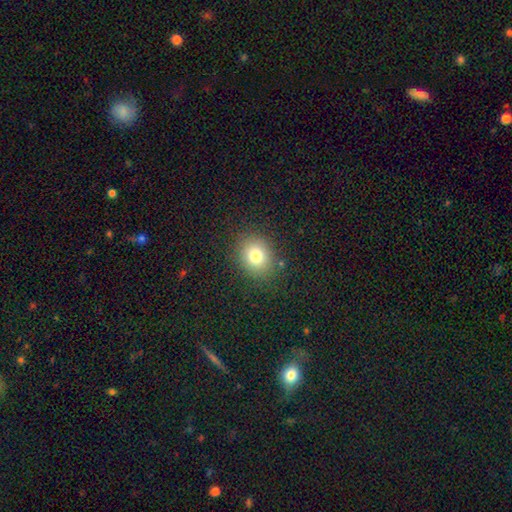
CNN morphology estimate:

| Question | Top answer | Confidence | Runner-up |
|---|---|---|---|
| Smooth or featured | smooth | 78% | star or artifact (13%) |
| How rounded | round | 62% | in between (38%) |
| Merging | none | 85% | minor disturbance (10%) |